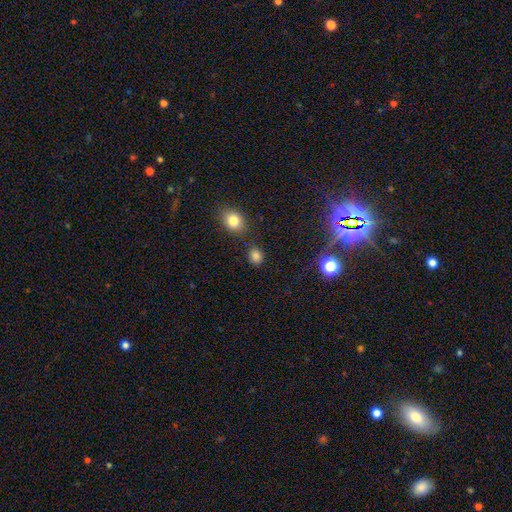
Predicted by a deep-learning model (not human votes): A smooth galaxy with no disk features (82%) that is round (65%).

Vote fractions:
- Smooth or featured? smooth: 82% / star or artifact: 13% / featured or disk: 5%
- How rounded? round: 65% / in between: 34% / cigar-shaped: 1%
- Merging? none: 80% / minor disturbance: 11% / merger: 6% / major disturbance: 3%